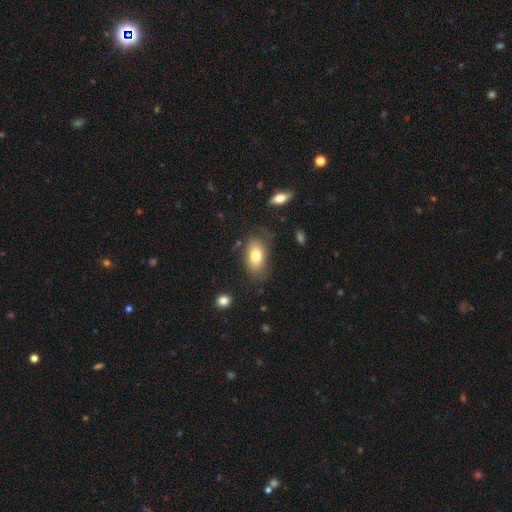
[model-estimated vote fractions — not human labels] Morphology: type=smooth (76%); roundness=in between (89%); merging=none (74%).